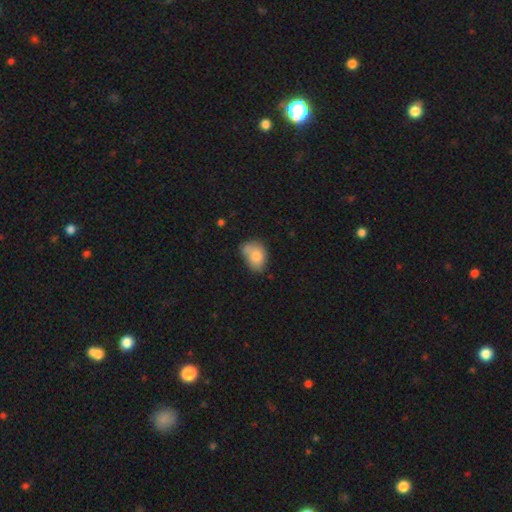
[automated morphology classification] Overall: smooth (78%). How rounded: in between (72%). Merging: none (43%; minor disturbance 28%).